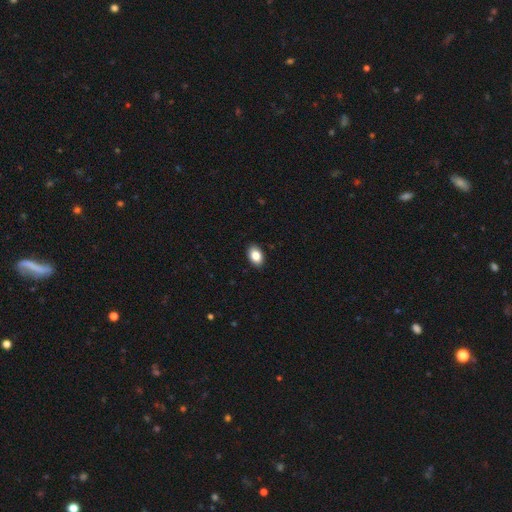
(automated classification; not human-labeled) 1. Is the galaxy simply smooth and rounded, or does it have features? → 86% smooth, 8% star or artifact, 7% featured or disk.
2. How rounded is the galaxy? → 87% in between, 12% round, 1% cigar-shaped.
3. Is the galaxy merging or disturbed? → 90% none, 7% minor disturbance, 2% major disturbance, 1% merger.